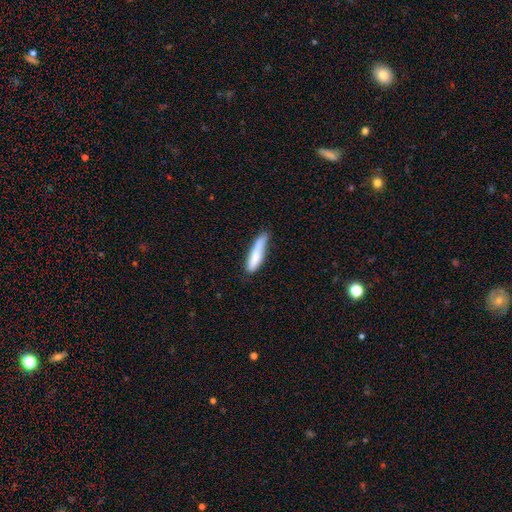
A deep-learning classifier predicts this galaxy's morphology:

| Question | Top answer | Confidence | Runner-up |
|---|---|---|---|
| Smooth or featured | smooth | 79% | featured or disk (15%) |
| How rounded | cigar-shaped | 76% | in between (23%) |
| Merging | none | 57% | minor disturbance (32%) |